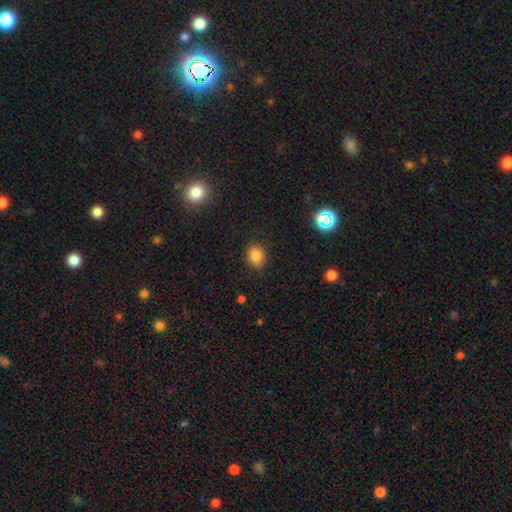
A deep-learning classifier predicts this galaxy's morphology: smooth-or-featured: smooth: 83% | star or artifact: 12% | featured or disk: 5%
  how-rounded: round: 56% | in between: 43% | cigar-shaped: 1%
  merging: none: 83% | minor disturbance: 12% | major disturbance: 3% | merger: 1%